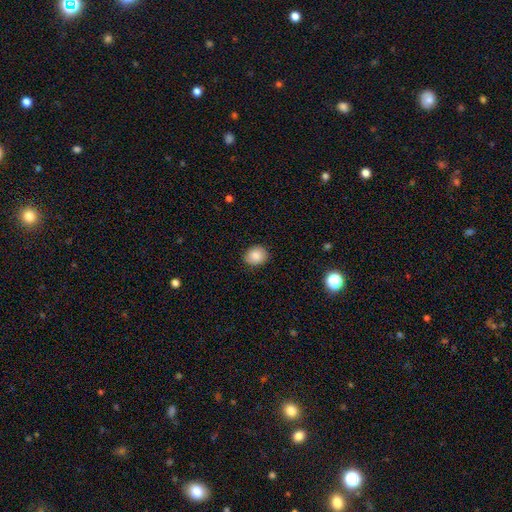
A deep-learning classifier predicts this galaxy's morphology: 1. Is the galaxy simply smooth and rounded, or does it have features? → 85% smooth, 8% star or artifact, 7% featured or disk.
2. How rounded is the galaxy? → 63% round, 36% in between, 1% cigar-shaped.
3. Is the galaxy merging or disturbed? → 84% none, 12% minor disturbance, 2% major disturbance, 1% merger.